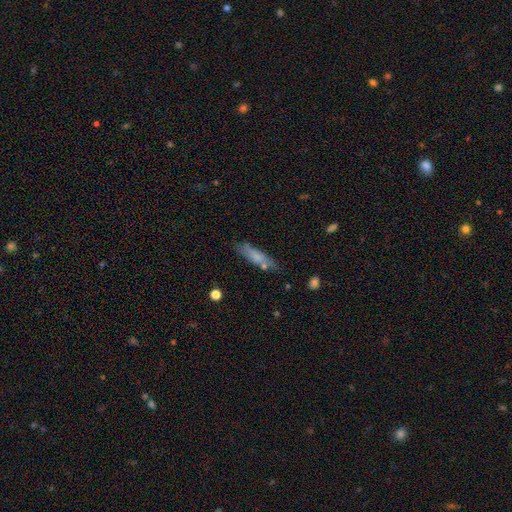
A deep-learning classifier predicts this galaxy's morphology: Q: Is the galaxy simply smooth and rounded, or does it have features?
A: smooth — 73%.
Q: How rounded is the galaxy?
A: cigar-shaped — 66%.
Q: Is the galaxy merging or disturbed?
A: none — 68%.